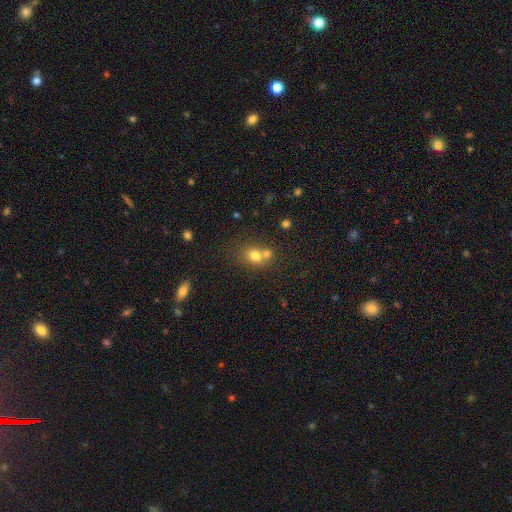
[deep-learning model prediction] The model was most divided on "merging": merger: 48%, none: 39%, minor disturbance: 9%, major disturbance: 4%. More confident: smooth or featured — smooth (74%); how rounded — round (64%).